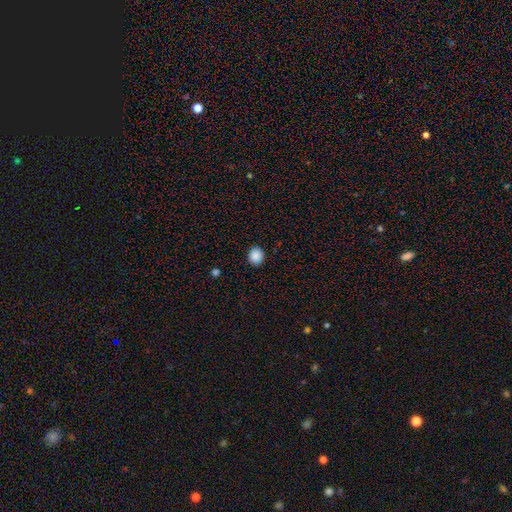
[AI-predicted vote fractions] Smooth or featured? Predicted: smooth (p=0.88). How rounded? Predicted: round (p=0.82). Merging? Predicted: none (p=0.91).